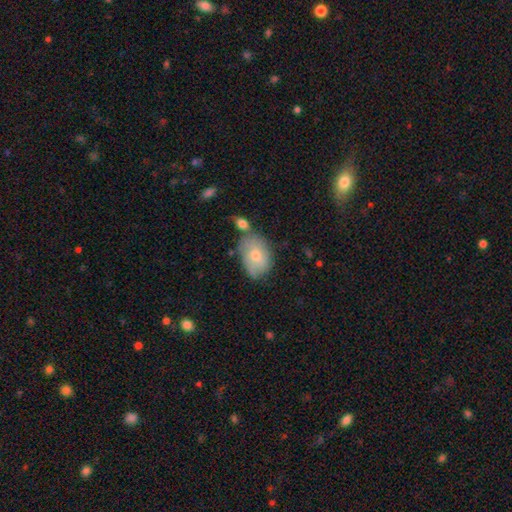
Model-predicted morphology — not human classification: Smooth or featured? Predicted: smooth (p=0.62). How rounded? Predicted: in between (p=0.78). Merging? Predicted: none (p=0.55).